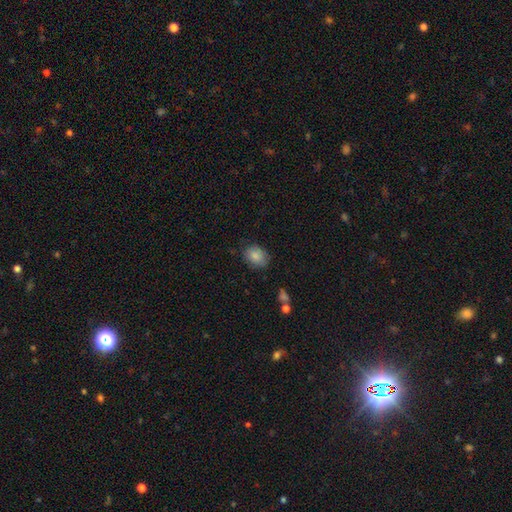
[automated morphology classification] type=smooth (86%); roundness=in between (62%); merging=none (79%).